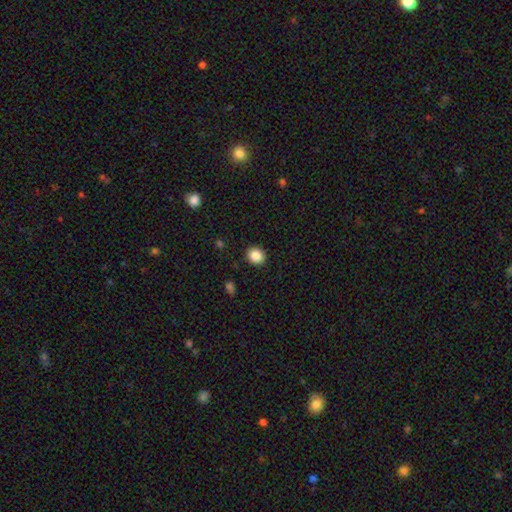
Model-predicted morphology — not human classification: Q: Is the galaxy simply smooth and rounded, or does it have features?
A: smooth — 87%.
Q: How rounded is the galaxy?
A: round — 76%.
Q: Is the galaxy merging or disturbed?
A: none — 91%.